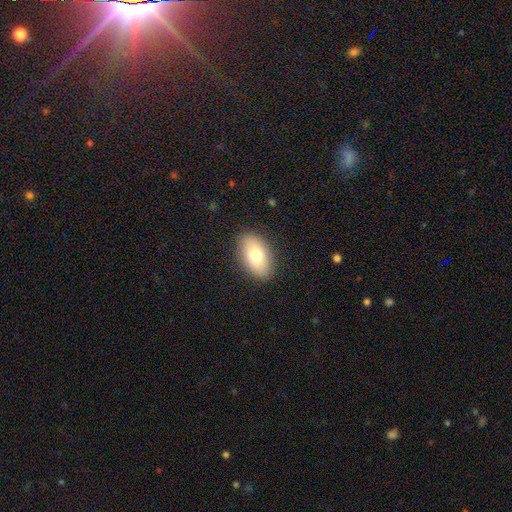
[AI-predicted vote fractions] Smooth or featured? smooth (76%)
How rounded? in between (91%)
Merging? none (87%)